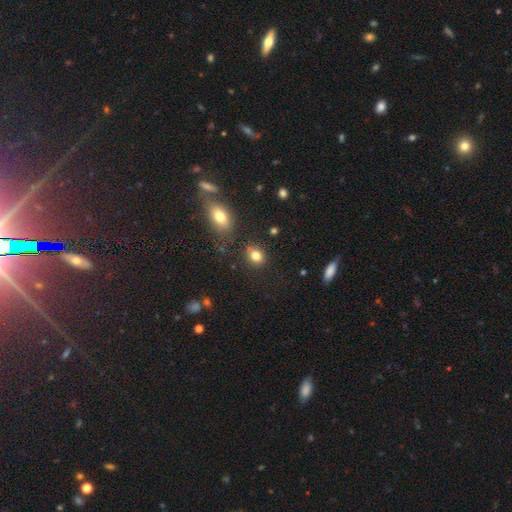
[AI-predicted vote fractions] The model was most divided on "how rounded": round: 55%, in between: 44%, cigar-shaped: 1%. More confident: smooth or featured — smooth (81%); merging — none (77%).